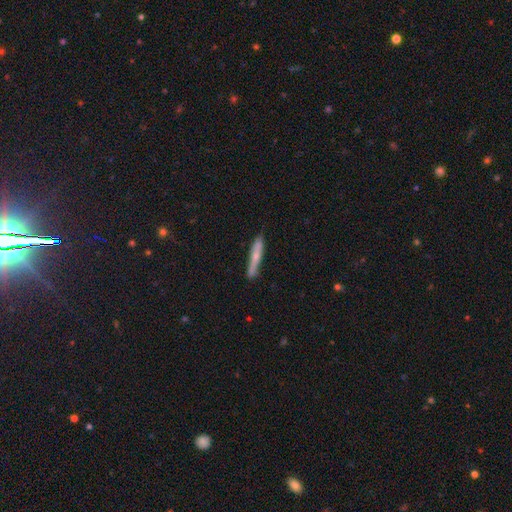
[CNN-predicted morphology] This appears to be a smooth galaxy with no disk features (49%). Merging: none (83%).